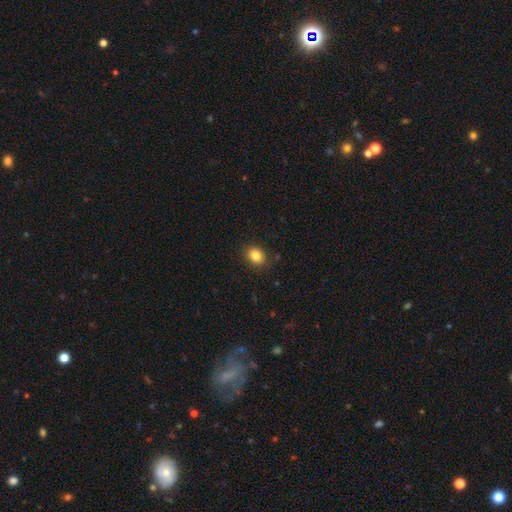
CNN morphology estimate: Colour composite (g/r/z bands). It shows a smooth galaxy with no disk features (84%) that is in between round and cigar-shaped (52%). Merging: none (86%).